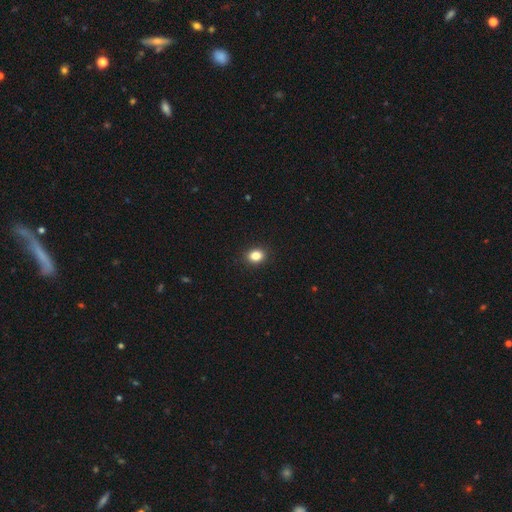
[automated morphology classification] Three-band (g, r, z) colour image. It shows a smooth galaxy with no disk features (85%) that is round (52%). Merging: none (91%).